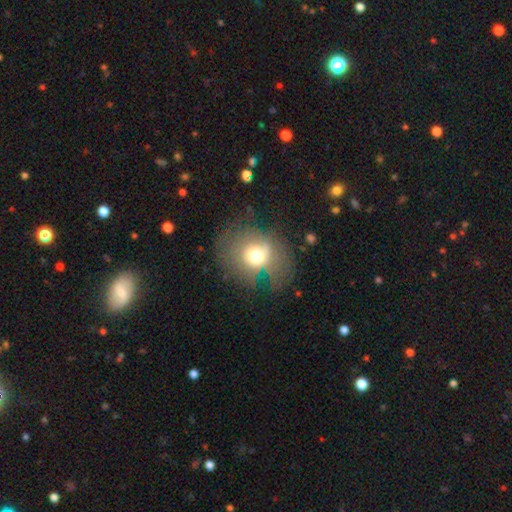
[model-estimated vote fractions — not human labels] The model was most divided on "merging": none: 47%, major disturbance: 26%, minor disturbance: 24%, merger: 3%. More confident: how rounded — round (68%); smooth or featured — smooth (61%).